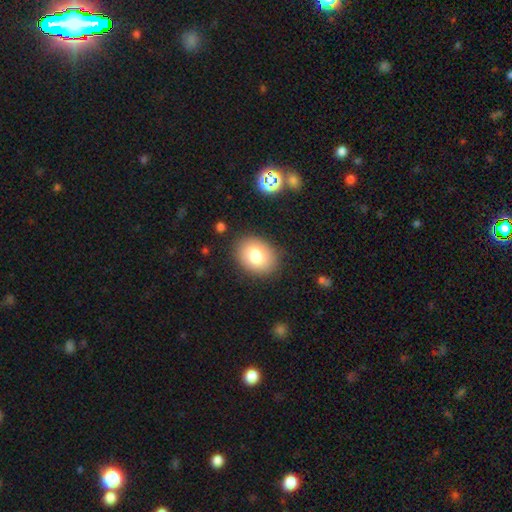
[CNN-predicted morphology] The model was most divided on "how rounded": in between: 61%, round: 38%, cigar-shaped: 1%. More confident: merging — none (85%); smooth or featured — smooth (79%).